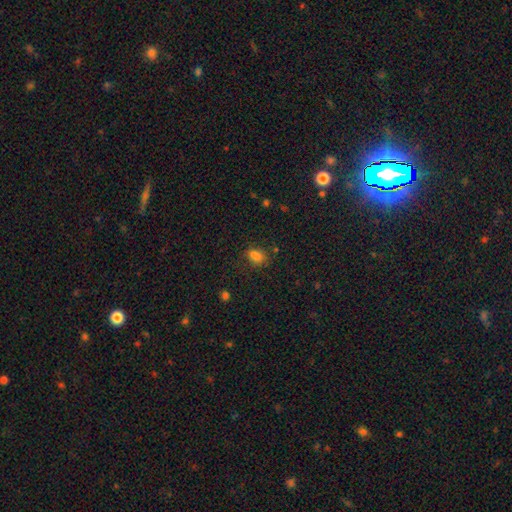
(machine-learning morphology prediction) This is likely a smooth galaxy (78%). How rounded: likely in between (73%). Merging: likely none (65%).